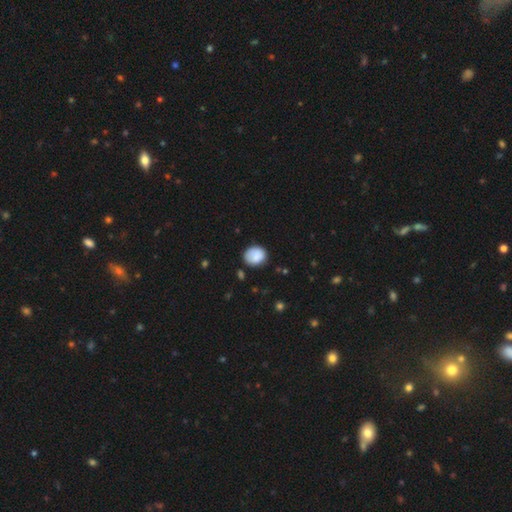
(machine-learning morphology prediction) A smooth galaxy with no disk features (86%) that is round (67%). Merging: none (76%).